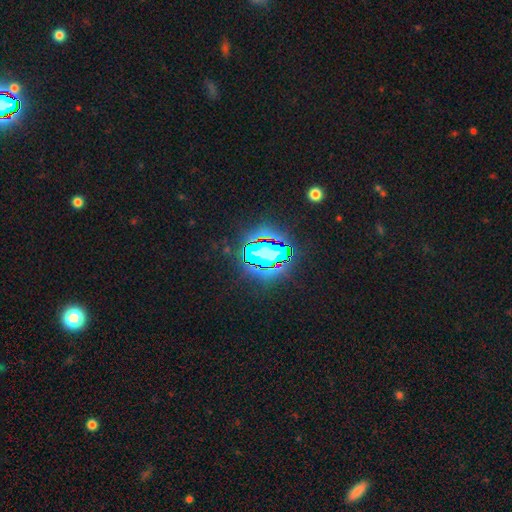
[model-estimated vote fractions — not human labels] Overall: star or artifact (78%).